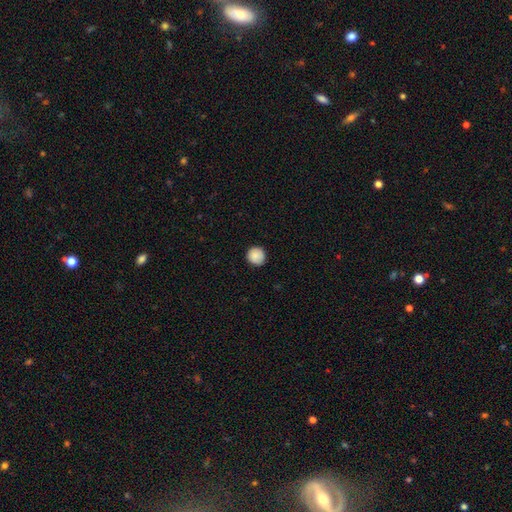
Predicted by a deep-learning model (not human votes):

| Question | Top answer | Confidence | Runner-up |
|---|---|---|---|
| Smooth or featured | smooth | 88% | star or artifact (8%) |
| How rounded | round | 94% | in between (5%) |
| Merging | none | 89% | minor disturbance (8%) |